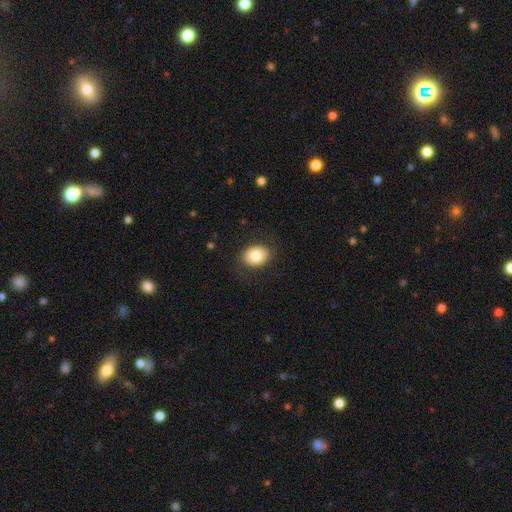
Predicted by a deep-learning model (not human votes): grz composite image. It shows a smooth galaxy with no disk features (81%) that is in between round and cigar-shaped (57%). Merging: none (83%).